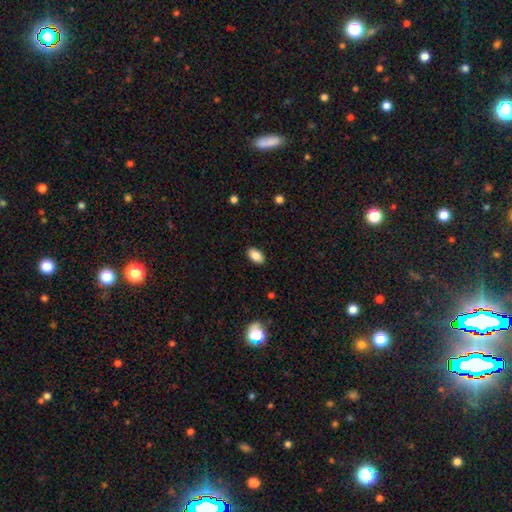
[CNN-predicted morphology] type=smooth (86%); roundness=in between (93%); merging=none (89%).